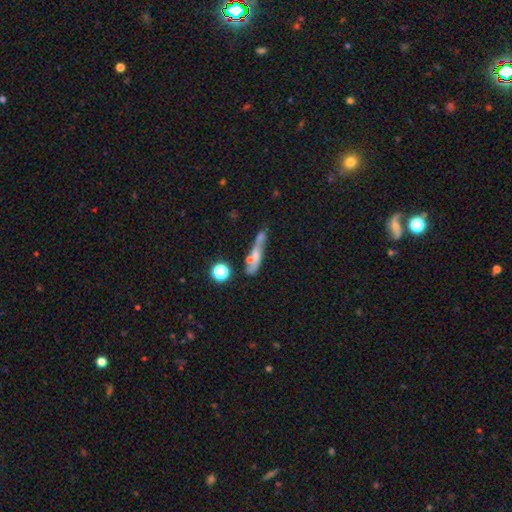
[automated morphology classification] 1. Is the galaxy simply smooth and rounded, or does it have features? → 47% smooth, 37% featured or disk, 16% star or artifact.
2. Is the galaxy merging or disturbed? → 44% none, 24% merger, 19% minor disturbance, 13% major disturbance.